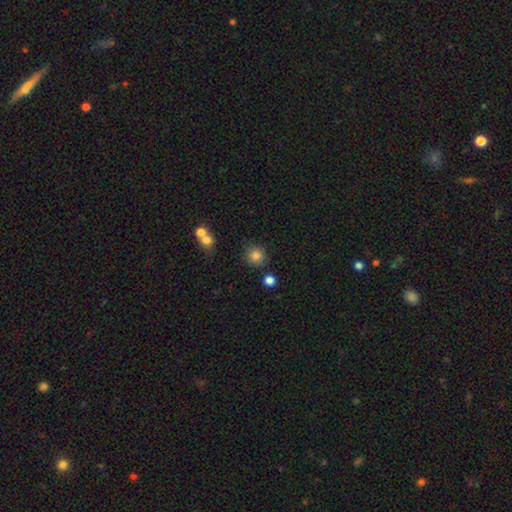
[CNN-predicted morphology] A smooth galaxy with no disk features (84%) that is round (91%). Merging: none (81%).